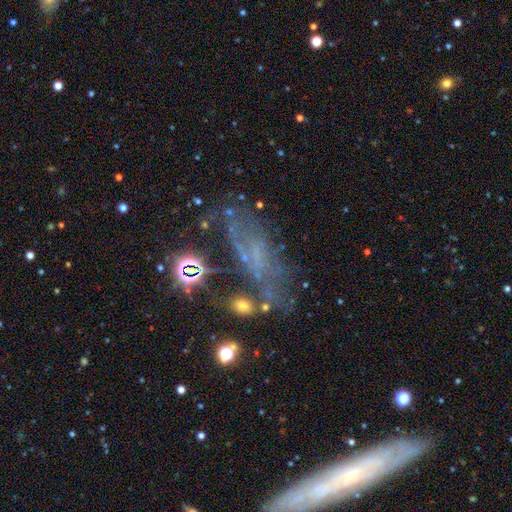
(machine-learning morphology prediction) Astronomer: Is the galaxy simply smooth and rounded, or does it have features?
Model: featured or disk — 52%.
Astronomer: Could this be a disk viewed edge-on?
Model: no — 82%.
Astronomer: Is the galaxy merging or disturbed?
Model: none — 50%.